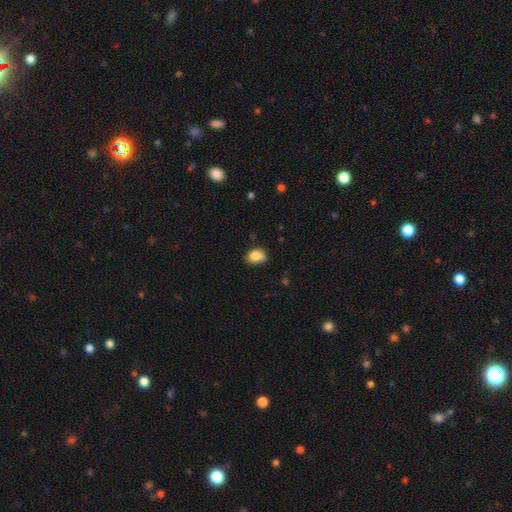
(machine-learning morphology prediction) This appears to be a smooth galaxy with no disk features (86%) that is in between round and cigar-shaped (63%). Merging: none (69%).